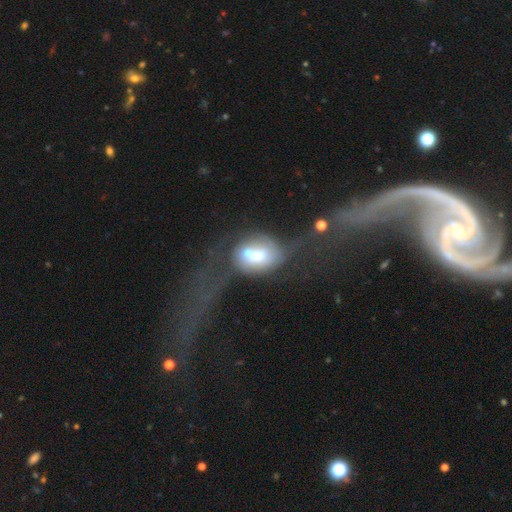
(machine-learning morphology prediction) Overall: smooth (49%; featured or disk 40%). Merging: merger (35%; major disturbance 34%).